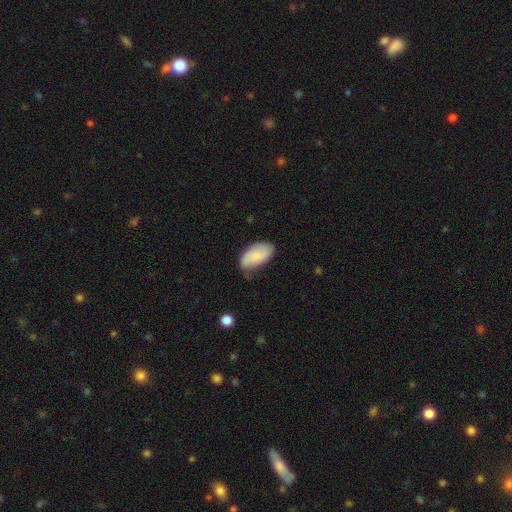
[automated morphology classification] type=smooth (81%); roundness=in between (95%); merging=none (51%).